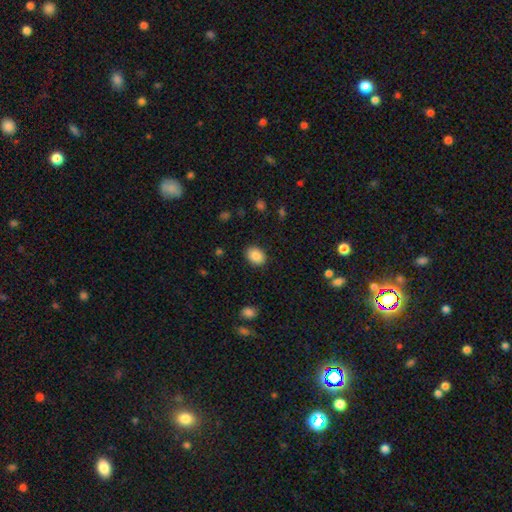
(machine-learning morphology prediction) smooth-or-featured: smooth: 87% | star or artifact: 8% | featured or disk: 5%
  how-rounded: in between: 64% | round: 35% | cigar-shaped: 1%
  merging: none: 88% | minor disturbance: 8% | major disturbance: 2% | merger: 1%